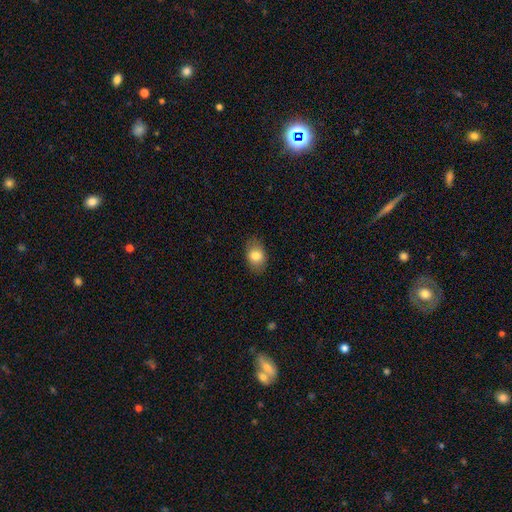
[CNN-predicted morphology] The model was most divided on "how rounded": in between: 83%, round: 16%, cigar-shaped: 1%. More confident: merging — none (84%); smooth or featured — smooth (80%).